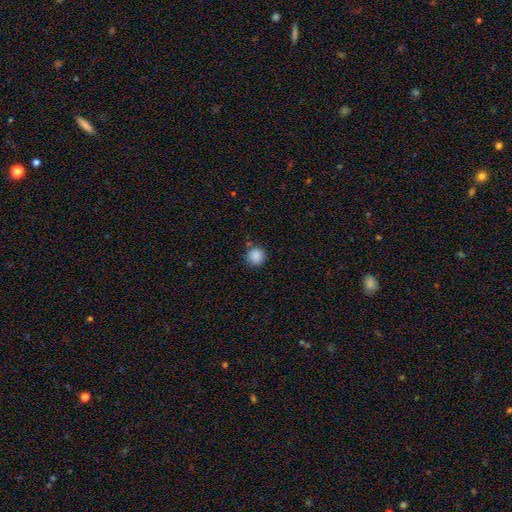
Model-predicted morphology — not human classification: A smooth galaxy with no disk features (87%) that is round (94%).

Vote fractions:
- Smooth or featured? smooth: 87% / star or artifact: 9% / featured or disk: 3%
- How rounded? round: 94% / in between: 6% / cigar-shaped: 1%
- Merging? none: 83% / minor disturbance: 10% / merger: 4% / major disturbance: 3%